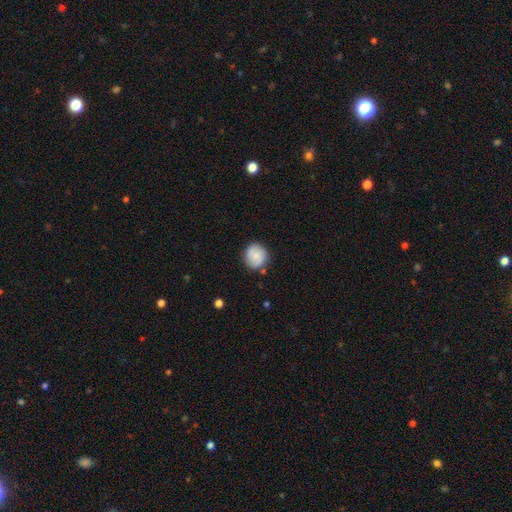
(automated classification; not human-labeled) A smooth galaxy with no disk features (75%) that is round (86%).

Vote fractions:
- Smooth or featured? smooth: 75% / featured or disk: 18% / star or artifact: 7%
- How rounded? round: 86% / in between: 13% / cigar-shaped: 1%
- Merging? none: 81% / minor disturbance: 13% / major disturbance: 3% / merger: 2%